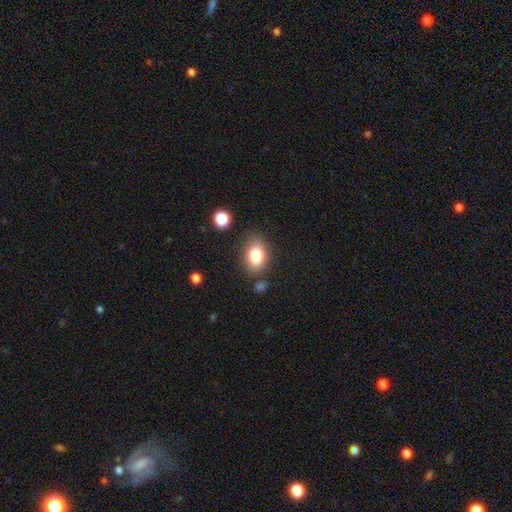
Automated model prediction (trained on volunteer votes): Smooth or featured?
  - smooth: 81% *
  - star or artifact: 10%
  - featured or disk: 9%
How rounded?
  - in between: 72% *
  - round: 27%
  - cigar-shaped: 1%
Merging?
  - none: 77% *
  - minor disturbance: 14%
  - merger: 5%
  - major disturbance: 4%